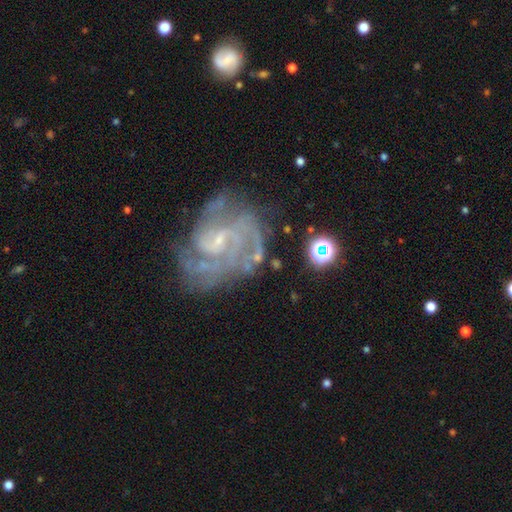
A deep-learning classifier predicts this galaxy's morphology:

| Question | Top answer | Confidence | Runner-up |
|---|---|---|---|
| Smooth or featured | featured or disk | 81% | smooth (10%) |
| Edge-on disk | no | 98% | yes (2%) |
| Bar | weak | 49% | no (33%) |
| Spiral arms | yes | 93% | no (7%) |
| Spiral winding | medium | 48% | tight (35%) |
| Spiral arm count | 2 | 43% | can't tell (21%) |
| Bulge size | small | 66% | moderate (16%) |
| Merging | none | 45% | major disturbance (19%) |